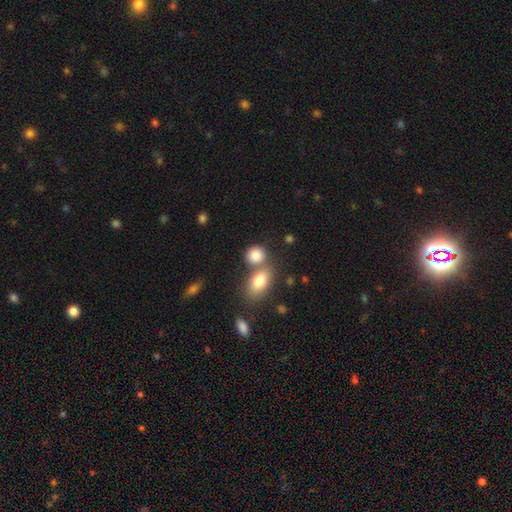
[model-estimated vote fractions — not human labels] Smooth or featured?
  - smooth: 84% *
  - star or artifact: 8%
  - featured or disk: 8%
How rounded?
  - round: 58% *
  - in between: 40%
  - cigar-shaped: 2%
Merging?
  - none: 49% *
  - merger: 35%
  - minor disturbance: 11%
  - major disturbance: 5%